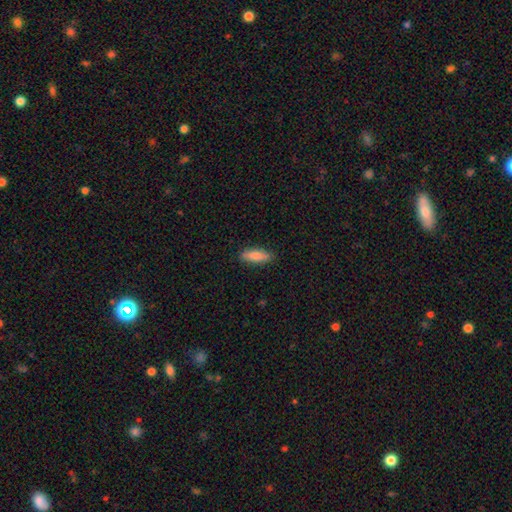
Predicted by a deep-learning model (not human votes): Smooth or featured? smooth (84%)
How rounded? in between (54%)
Merging? none (87%)